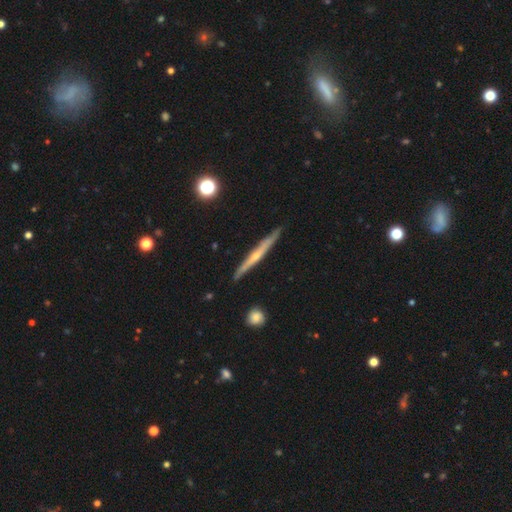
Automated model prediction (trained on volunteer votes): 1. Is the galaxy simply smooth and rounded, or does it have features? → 70% featured or disk, 24% smooth, 6% star or artifact.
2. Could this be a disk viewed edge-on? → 97% yes, 3% no.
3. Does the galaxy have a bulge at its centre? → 65% rounded, 31% none, 4% boxy.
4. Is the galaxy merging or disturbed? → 88% none, 9% minor disturbance, 1% merger, 1% major disturbance.